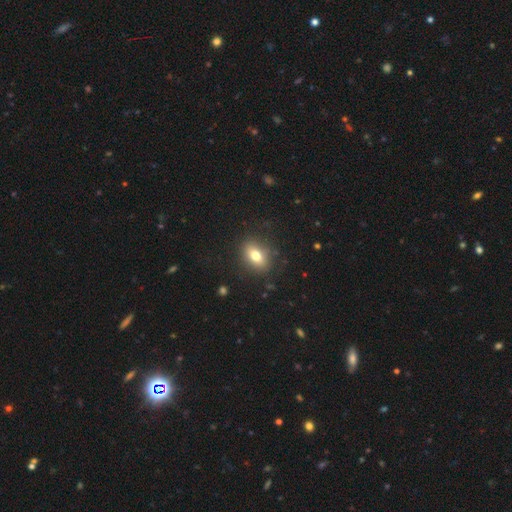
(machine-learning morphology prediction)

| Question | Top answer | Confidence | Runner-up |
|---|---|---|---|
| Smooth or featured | smooth | 74% | featured or disk (16%) |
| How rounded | in between | 73% | round (23%) |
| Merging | none | 83% | minor disturbance (11%) |